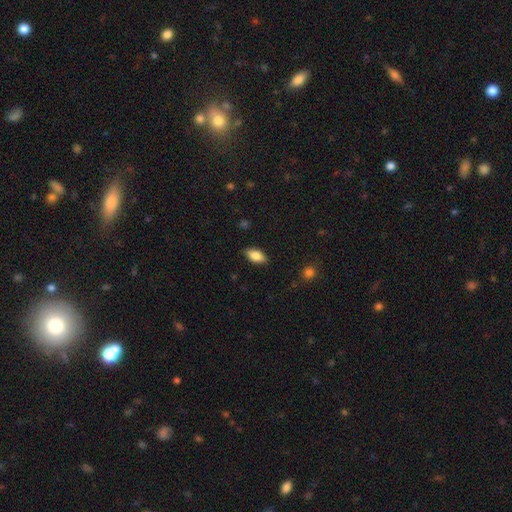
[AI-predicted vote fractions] The model was most divided on "smooth or featured": smooth: 81%, featured or disk: 12%, star or artifact: 7%. More confident: how rounded — in between (90%); merging — none (86%).